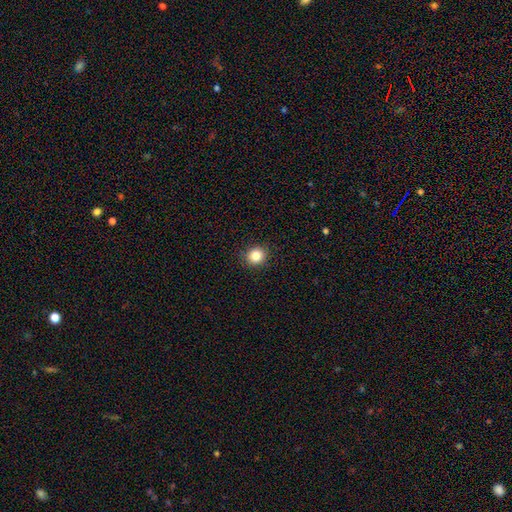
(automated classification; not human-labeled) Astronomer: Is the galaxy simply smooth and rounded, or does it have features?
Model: smooth — 85%.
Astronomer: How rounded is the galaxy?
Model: round — 85%.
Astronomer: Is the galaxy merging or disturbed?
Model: none — 90%.